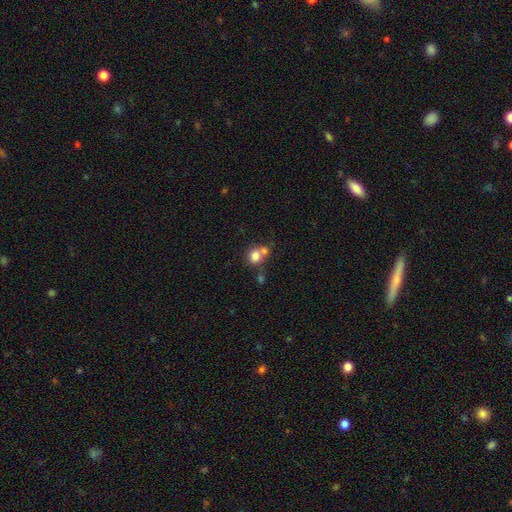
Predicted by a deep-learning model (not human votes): This is likely a smooth galaxy (76%). How rounded: likely round (74%). Merging: possibly merger (46%).